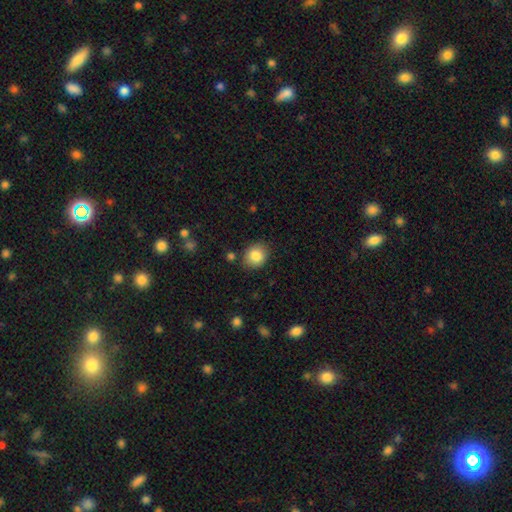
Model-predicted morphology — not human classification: type=smooth (85%); roundness=round (59%); merging=none (83%).